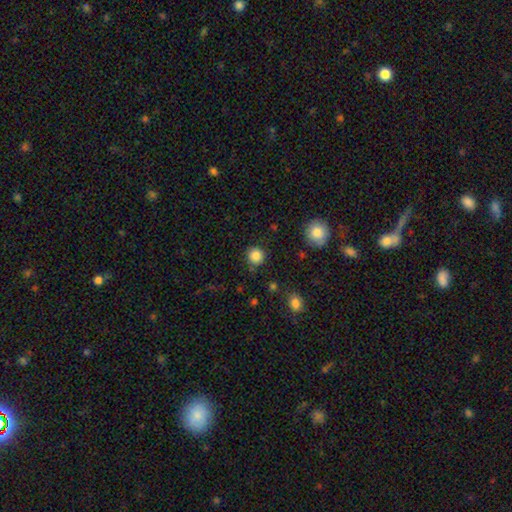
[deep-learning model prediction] This appears to be a smooth galaxy with no disk features (85%) that is round (93%). Merging: none (88%).